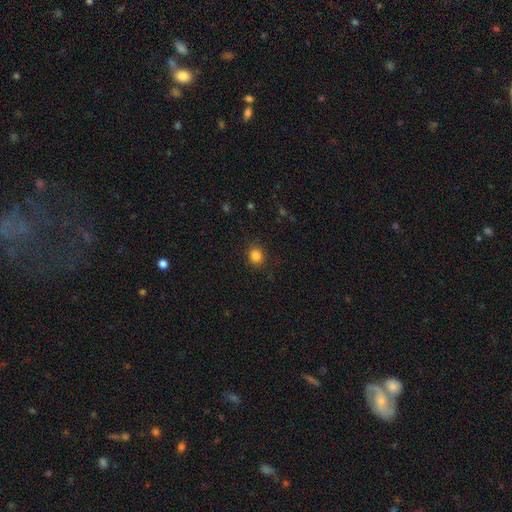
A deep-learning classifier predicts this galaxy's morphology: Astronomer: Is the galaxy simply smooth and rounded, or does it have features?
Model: smooth — 85%.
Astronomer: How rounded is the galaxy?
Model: round — 76%.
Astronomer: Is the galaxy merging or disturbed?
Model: none — 88%.